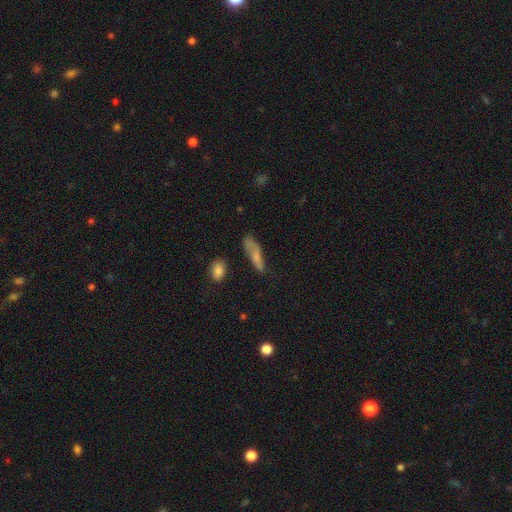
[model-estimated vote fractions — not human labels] Q: Smooth or featured?
A: smooth (66%); runner-up: featured or disk (24%)
Q: How rounded?
A: cigar-shaped (62%); runner-up: in between (35%)
Q: Merging?
A: none (50%); runner-up: minor disturbance (28%)